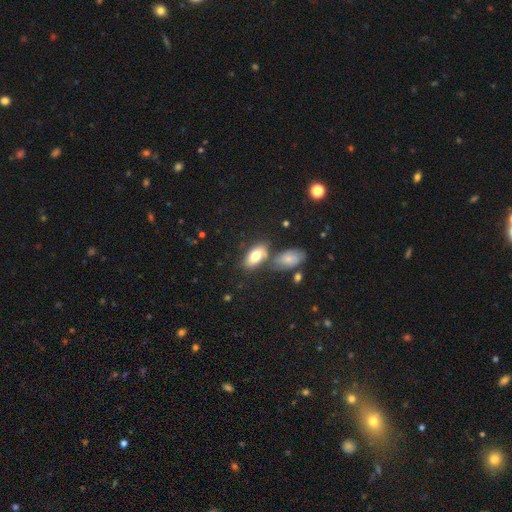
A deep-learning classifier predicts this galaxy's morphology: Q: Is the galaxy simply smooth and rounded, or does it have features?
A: smooth — 75%.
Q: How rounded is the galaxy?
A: in between — 91%.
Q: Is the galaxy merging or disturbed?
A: none — 56%.